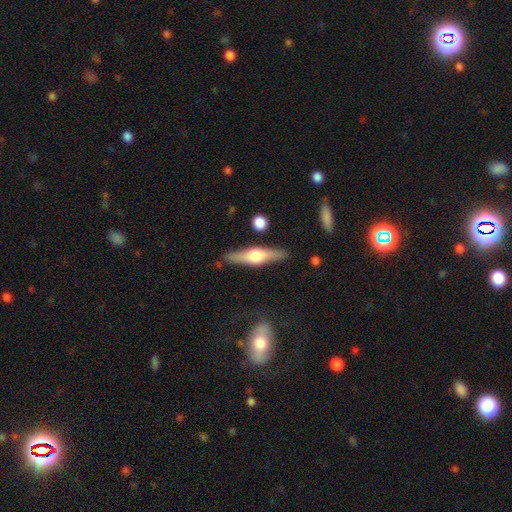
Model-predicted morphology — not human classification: smooth_or_featured: featured or disk (p=0.64) [alt: smooth p=0.31]
disk_edge_on: yes (p=0.95) [alt: no p=0.05]
edge_on_bulge: rounded (p=0.92) [alt: boxy p=0.06]
merging: none (p=0.84) [alt: minor disturbance p=0.11]